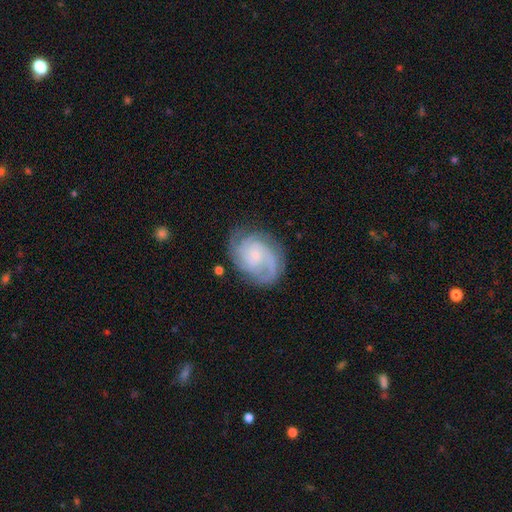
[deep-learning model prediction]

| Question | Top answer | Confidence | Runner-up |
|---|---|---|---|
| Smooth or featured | featured or disk | 84% | smooth (10%) |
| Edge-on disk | no | 98% | yes (2%) |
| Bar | no | 66% | weak (29%) |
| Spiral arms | yes | 97% | no (3%) |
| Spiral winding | tight | 55% | medium (36%) |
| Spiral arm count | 2 | 35% | 3 (29%) |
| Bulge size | small | 72% | moderate (17%) |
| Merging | none | 73% | minor disturbance (18%) |